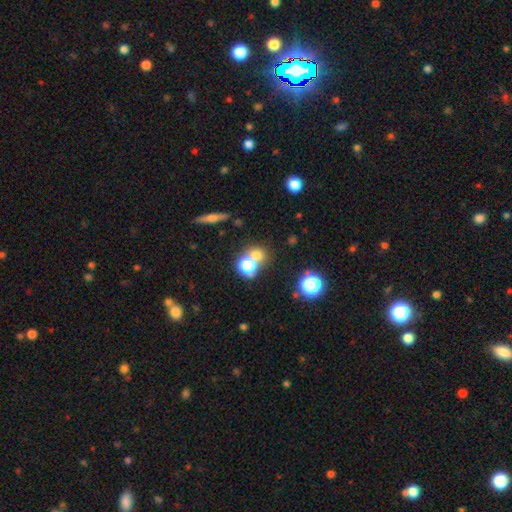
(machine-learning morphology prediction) Smooth or featured?
  - smooth: 61% *
  - star or artifact: 28%
  - featured or disk: 11%
How rounded?
  - round: 81% *
  - in between: 17%
  - cigar-shaped: 2%
Merging?
  - none: 59% *
  - merger: 29%
  - minor disturbance: 8%
  - major disturbance: 4%